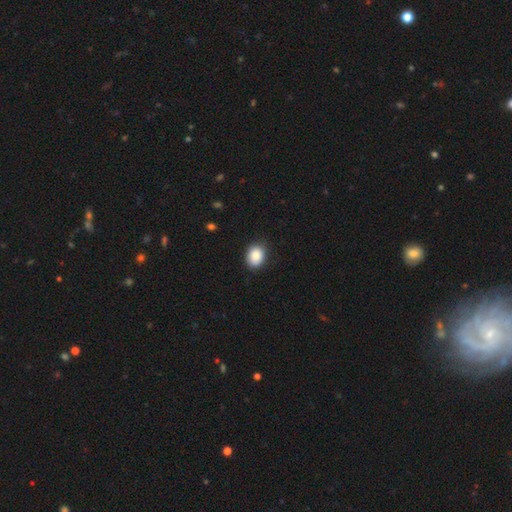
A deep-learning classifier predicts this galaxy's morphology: Smooth or featured: smooth — 88% (star or artifact — 8%)
How rounded: in between — 67% (round — 32%)
Merging: none — 83% (minor disturbance — 13%)